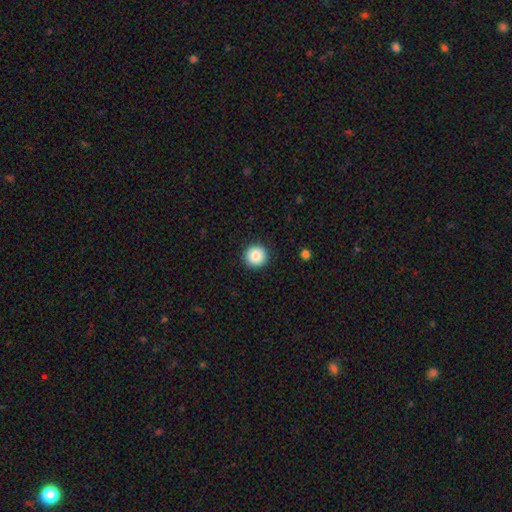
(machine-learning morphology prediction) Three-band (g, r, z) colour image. It shows a smooth galaxy with no disk features (87%) that is round (95%). Merging: none (92%).